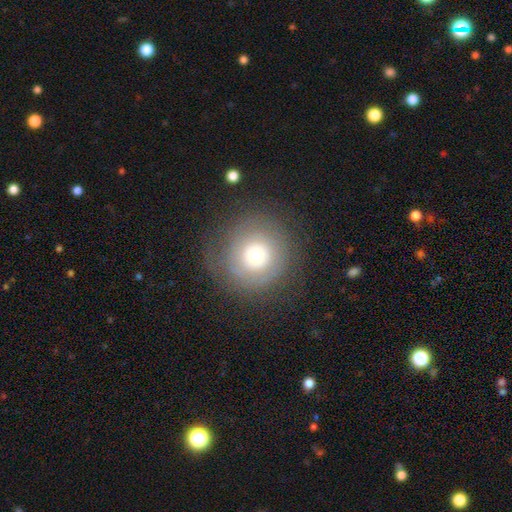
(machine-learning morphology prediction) Q: Smooth or featured?
A: smooth (57%); runner-up: featured or disk (31%)
Q: How rounded?
A: round (93%); runner-up: in between (6%)
Q: Merging?
A: none (76%); runner-up: minor disturbance (14%)